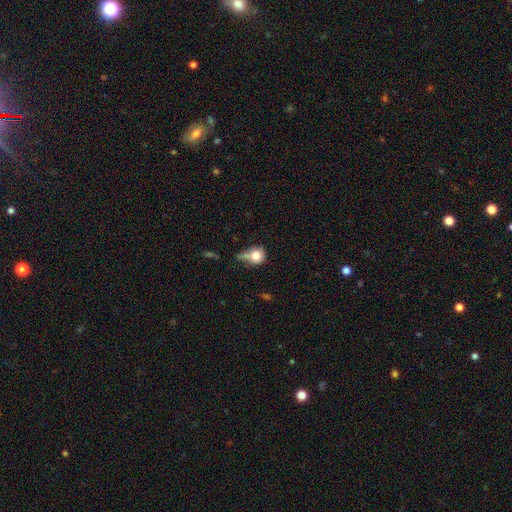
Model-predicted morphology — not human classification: Smooth or featured? smooth (74%)
How rounded? round (75%)
Merging? none (37%)